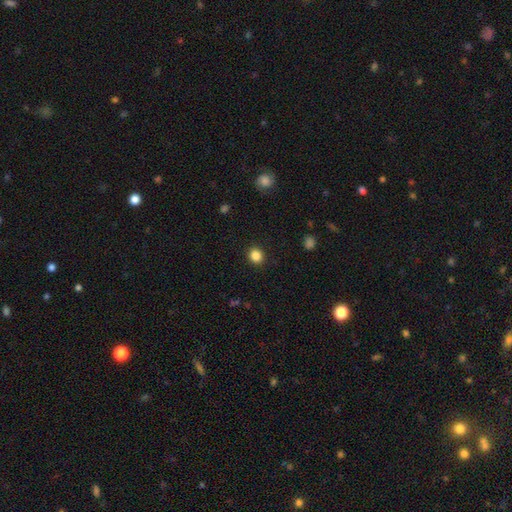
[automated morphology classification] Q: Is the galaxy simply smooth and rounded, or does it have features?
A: smooth — 86%.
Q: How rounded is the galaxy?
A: round — 83%.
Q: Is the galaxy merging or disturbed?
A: none — 91%.